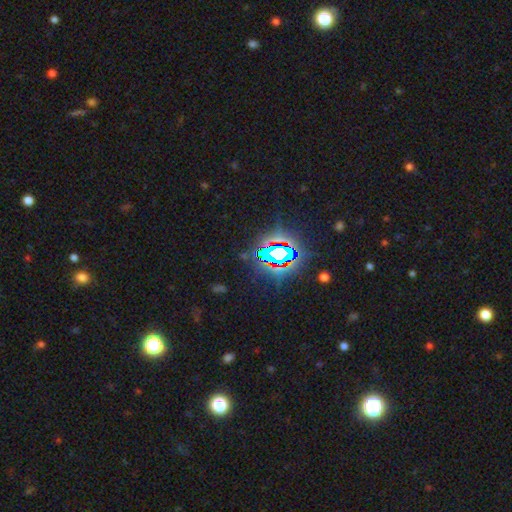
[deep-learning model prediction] Q: Smooth or featured?
A: star or artifact (78%); runner-up: smooth (13%)